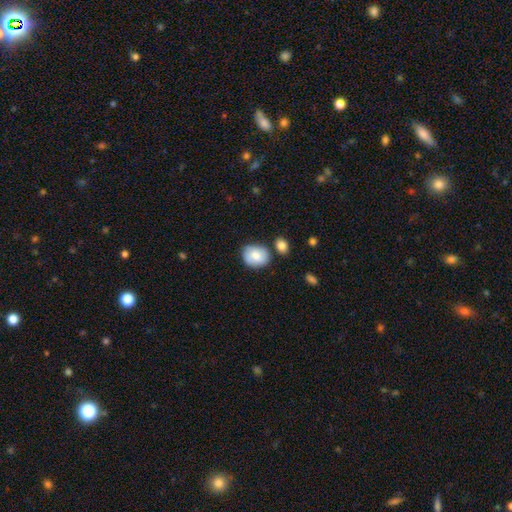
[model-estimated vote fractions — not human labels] The model was most divided on "how rounded": round: 61%, in between: 38%, cigar-shaped: 1%. More confident: smooth or featured — smooth (76%); merging — none (67%).